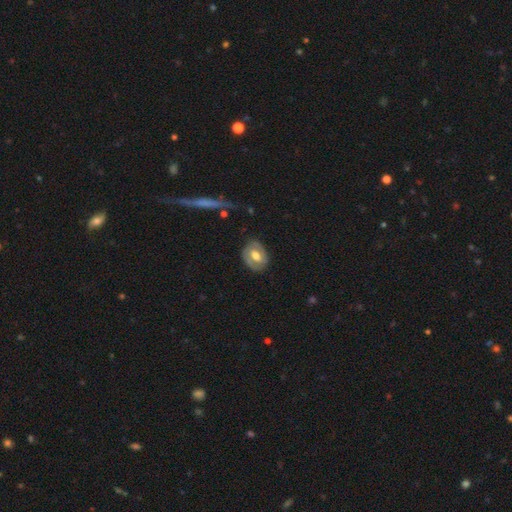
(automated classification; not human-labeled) A featured or disk galaxy (48%). Merging: none (79%).